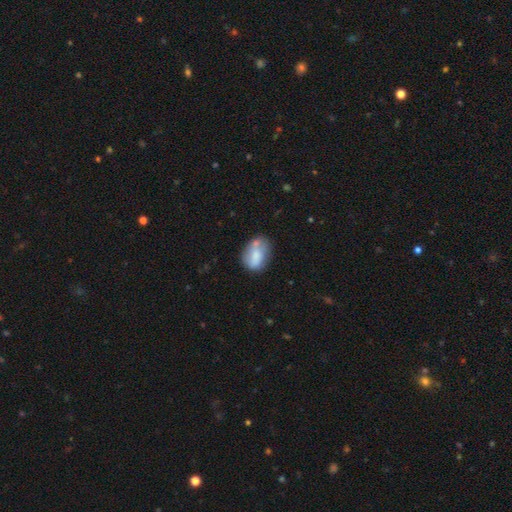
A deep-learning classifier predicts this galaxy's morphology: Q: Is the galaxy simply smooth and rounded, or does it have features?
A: smooth — 67%.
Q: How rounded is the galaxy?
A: in between — 80%.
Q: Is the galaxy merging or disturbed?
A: none — 46%.